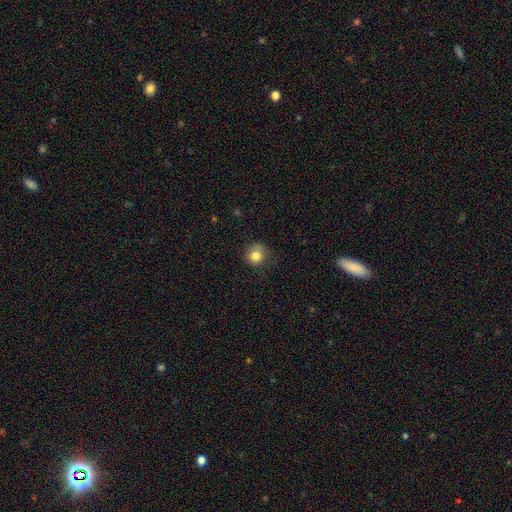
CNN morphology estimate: Overall: smooth (82%). How rounded: round (87%). Merging: none (74%).